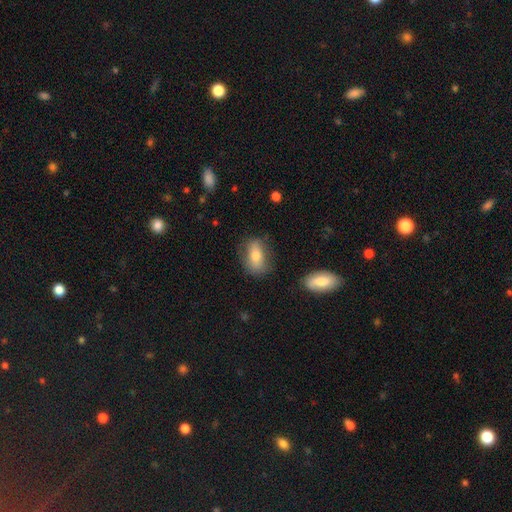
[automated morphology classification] Overall: smooth (72%). How rounded: in between (84%). Merging: none (71%).